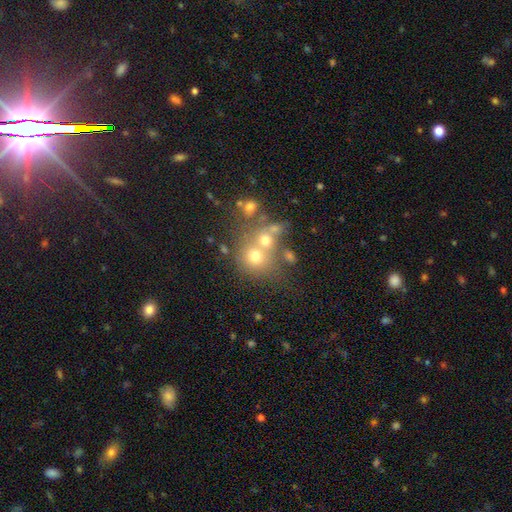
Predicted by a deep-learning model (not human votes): smooth 59%, featured or disk 21%, star or artifact 20%. Down the decision tree: how rounded — round (79%); merging — merger (45%).